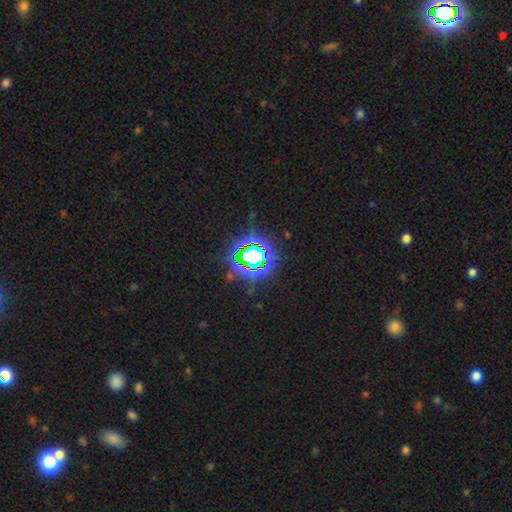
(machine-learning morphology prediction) smooth-or-featured: star or artifact: 73% | smooth: 16% | featured or disk: 11%